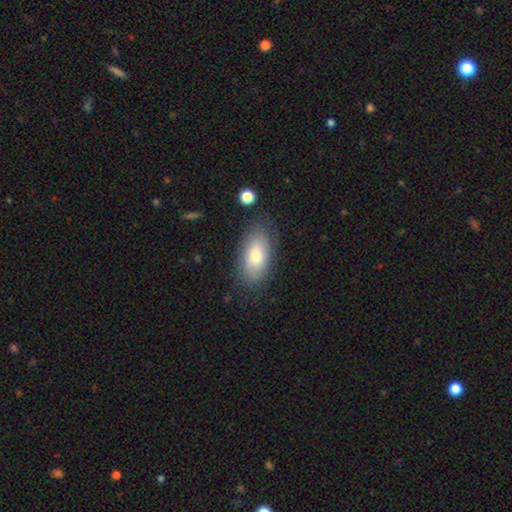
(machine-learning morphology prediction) Smooth or featured? Predicted: smooth (p=0.74). How rounded? Predicted: in between (p=0.90). Merging? Predicted: none (p=0.80).